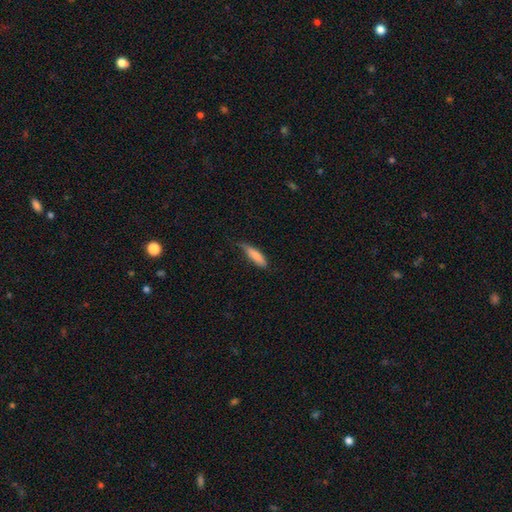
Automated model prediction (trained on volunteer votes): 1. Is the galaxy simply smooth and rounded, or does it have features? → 83% smooth, 11% featured or disk, 6% star or artifact.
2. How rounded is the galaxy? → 67% cigar-shaped, 32% in between, 2% round.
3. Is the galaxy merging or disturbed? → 52% none, 37% minor disturbance, 8% major disturbance, 2% merger.